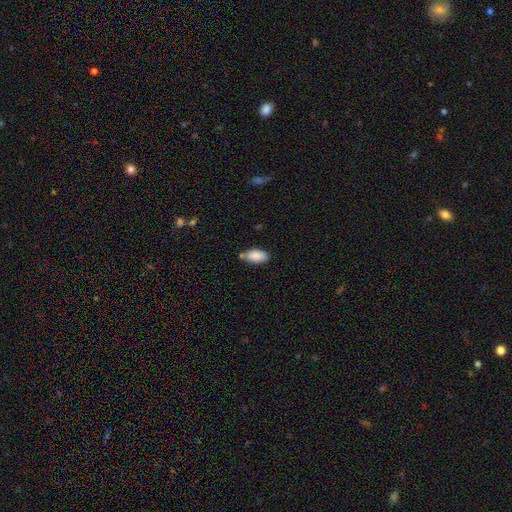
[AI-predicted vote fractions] Smooth or featured?
  - smooth: 88% *
  - star or artifact: 7%
  - featured or disk: 5%
How rounded?
  - in between: 93% *
  - cigar-shaped: 4%
  - round: 3%
Merging?
  - none: 67% *
  - minor disturbance: 18%
  - merger: 11%
  - major disturbance: 4%